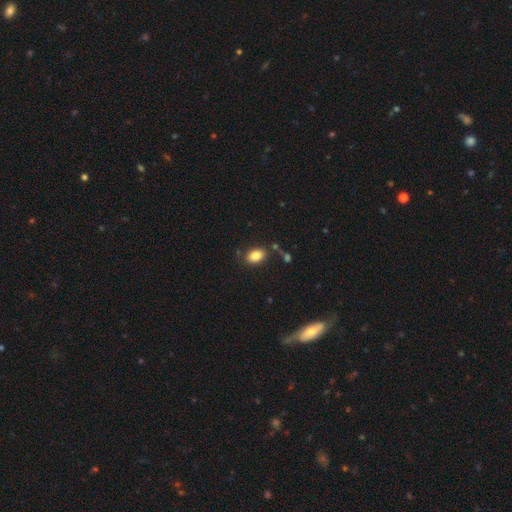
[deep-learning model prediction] Smooth or featured: smooth — 85% (star or artifact — 9%)
How rounded: in between — 87% (round — 12%)
Merging: none — 81% (minor disturbance — 11%)